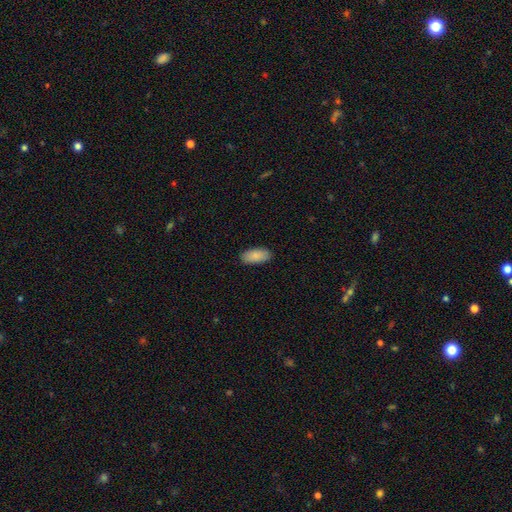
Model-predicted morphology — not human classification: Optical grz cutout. It shows a smooth galaxy with no disk features (89%) that is in between round and cigar-shaped (90%). Merging: none (89%).